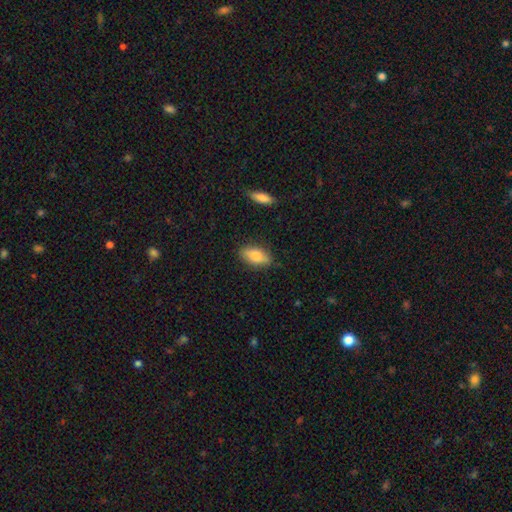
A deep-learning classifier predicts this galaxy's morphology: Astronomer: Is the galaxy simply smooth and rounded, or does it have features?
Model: smooth — 83%.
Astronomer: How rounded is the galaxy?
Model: in between — 88%.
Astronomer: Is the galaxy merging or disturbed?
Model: none — 80%.